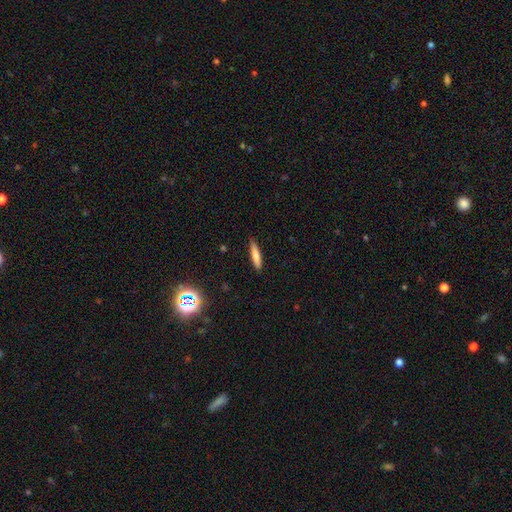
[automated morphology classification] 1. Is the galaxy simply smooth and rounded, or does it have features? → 75% smooth, 17% featured or disk, 8% star or artifact.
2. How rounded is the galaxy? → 83% cigar-shaped, 15% in between, 2% round.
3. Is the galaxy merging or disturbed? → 86% none, 10% minor disturbance, 2% major disturbance, 1% merger.